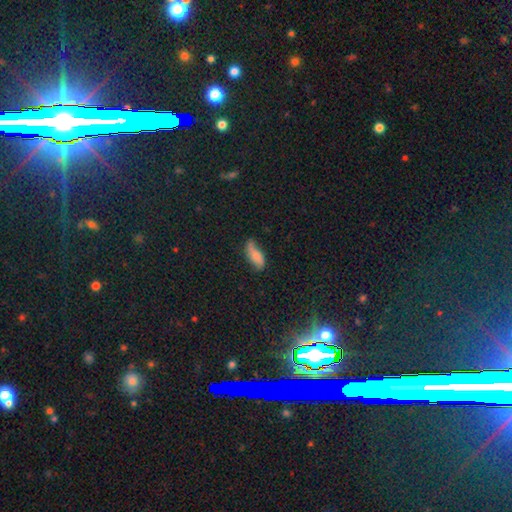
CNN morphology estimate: Smooth or featured: smooth — 67% (featured or disk — 24%)
How rounded: in between — 77% (cigar-shaped — 21%)
Merging: none — 50% (minor disturbance — 35%)